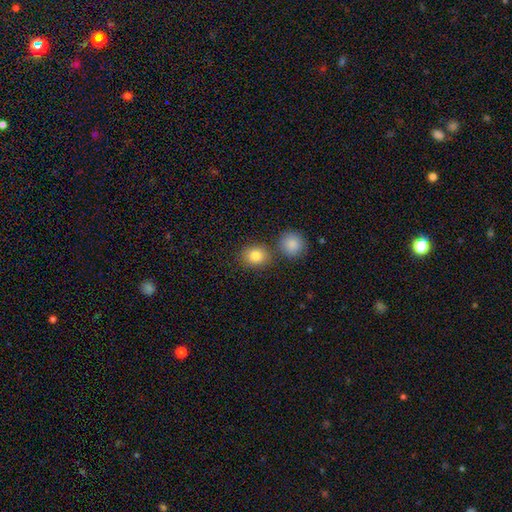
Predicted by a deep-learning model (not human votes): Smooth or featured? smooth (85%)
How rounded? round (76%)
Merging? none (72%)